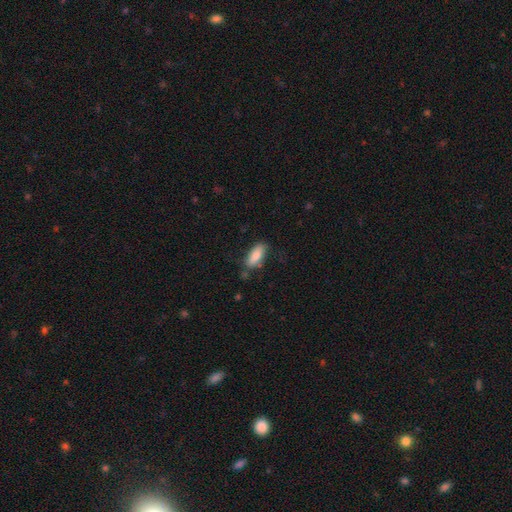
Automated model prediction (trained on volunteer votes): smooth 83%, featured or disk 11%, star or artifact 6%. Down the decision tree: how rounded — in between (76%); merging — none (74%).